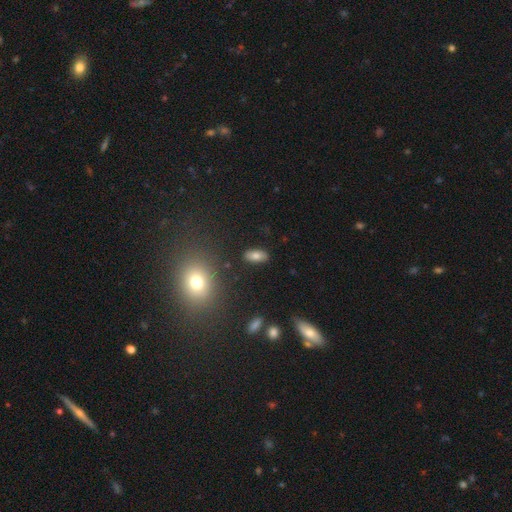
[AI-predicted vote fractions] Q: Smooth or featured?
A: smooth (76%); runner-up: featured or disk (13%)
Q: How rounded?
A: in between (87%); runner-up: cigar-shaped (8%)
Q: Merging?
A: none (87%); runner-up: minor disturbance (9%)